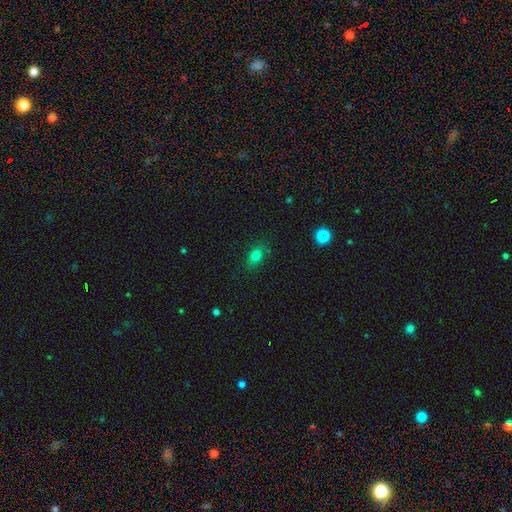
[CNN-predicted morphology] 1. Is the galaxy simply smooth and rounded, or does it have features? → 77% smooth, 13% star or artifact, 10% featured or disk.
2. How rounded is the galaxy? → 70% in between, 26% round, 4% cigar-shaped.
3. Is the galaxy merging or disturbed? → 83% none, 13% minor disturbance, 3% major disturbance, 1% merger.